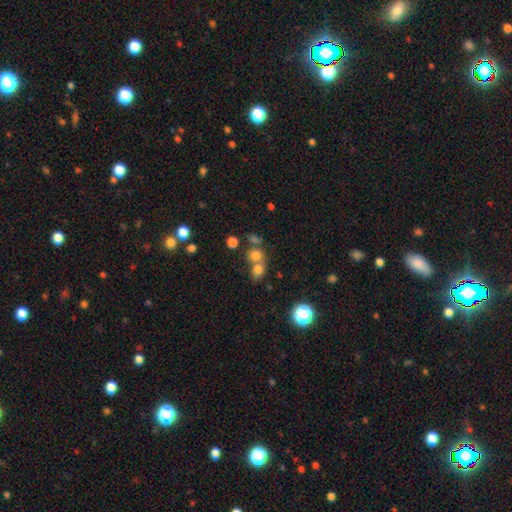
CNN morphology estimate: A smooth galaxy with no disk features (71%) that is round (71%). Merging: merger (48%).